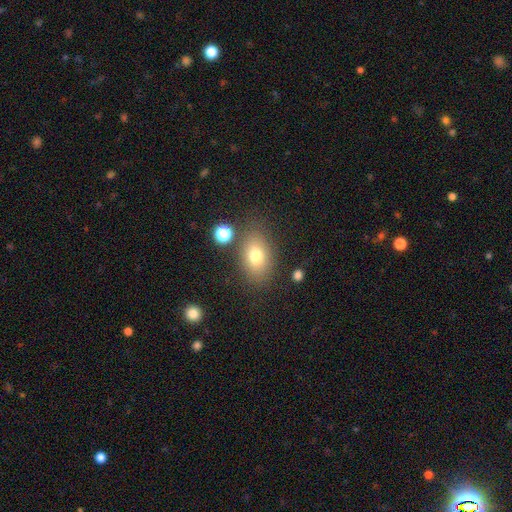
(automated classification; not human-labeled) Smooth or featured: smooth — 75% (featured or disk — 13%)
How rounded: in between — 80% (round — 18%)
Merging: none — 78% (minor disturbance — 12%)